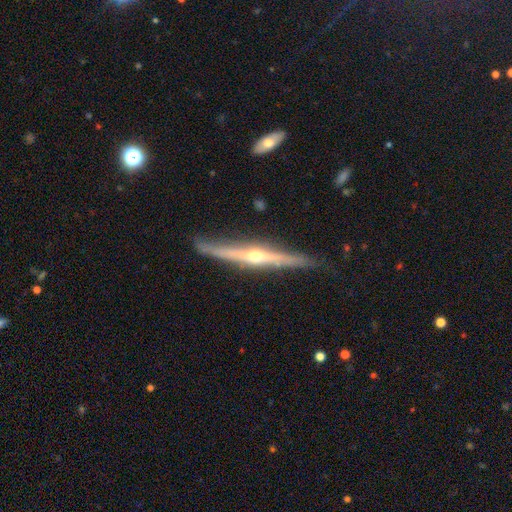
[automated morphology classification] Smooth or featured? Predicted: featured or disk (p=0.78). Edge-on disk? Predicted: yes (p=0.97). Edge-on bulge? Predicted: rounded (p=0.89). Merging? Predicted: none (p=0.85).